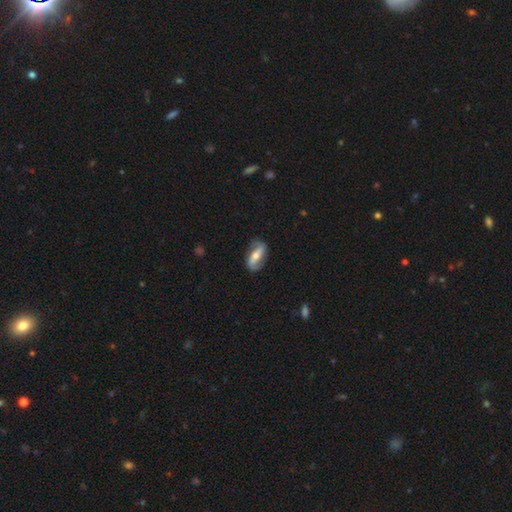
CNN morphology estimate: type=featured or disk (71%); edge-on=no (91%); bar=strong (55%); spiral arms=yes (82%); winding=loose (45%); arm count=2 (88%); bulge=moderate (63%); merging=none (79%).